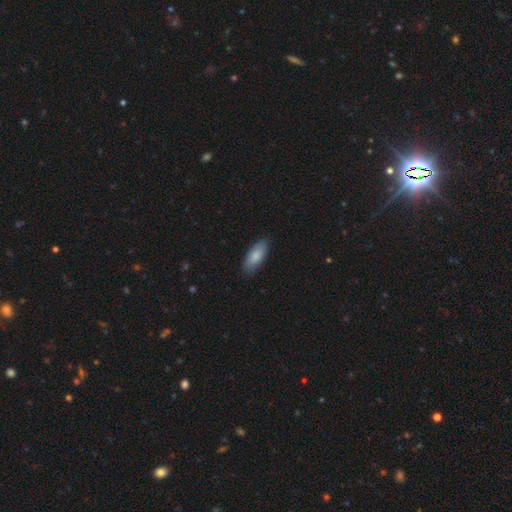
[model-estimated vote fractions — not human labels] This is clearly a smooth galaxy (83%). How rounded: likely in between (80%). Merging: clearly none (86%).